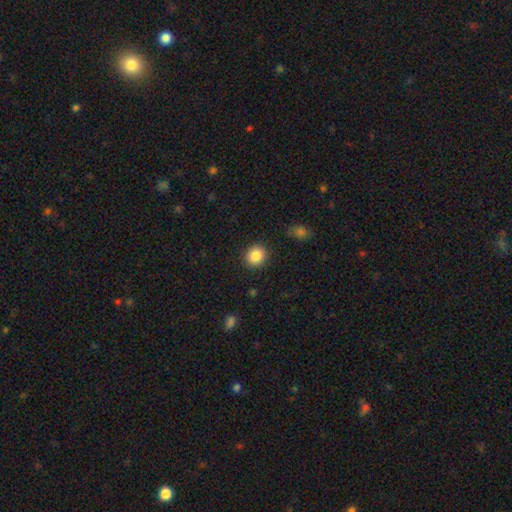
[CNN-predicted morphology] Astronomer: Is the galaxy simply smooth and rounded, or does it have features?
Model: smooth — 87%.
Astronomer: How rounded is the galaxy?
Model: round — 82%.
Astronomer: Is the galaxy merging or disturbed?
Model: none — 90%.